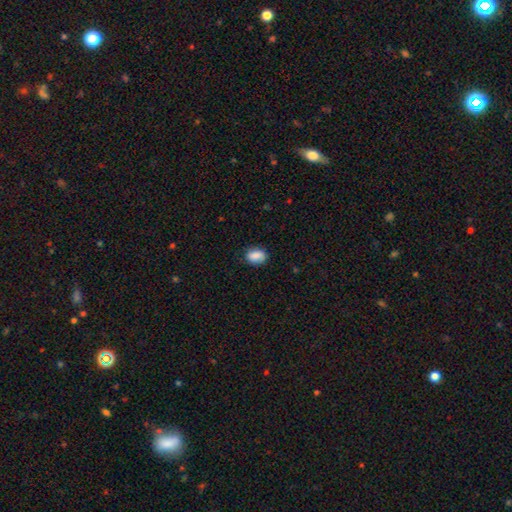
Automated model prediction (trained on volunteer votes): Overall: smooth (87%). How rounded: in between (78%). Merging: none (82%).